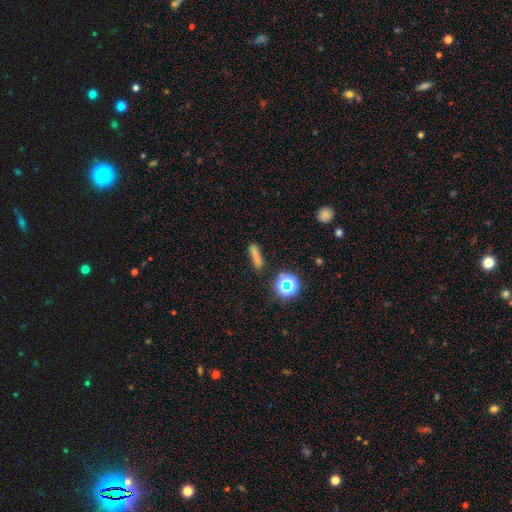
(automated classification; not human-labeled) smooth-or-featured: smooth: 71% | star or artifact: 19% | featured or disk: 10%
  how-rounded: cigar-shaped: 77% | in between: 16% | round: 7%
  merging: none: 78% | minor disturbance: 13% | merger: 5% | major disturbance: 5%